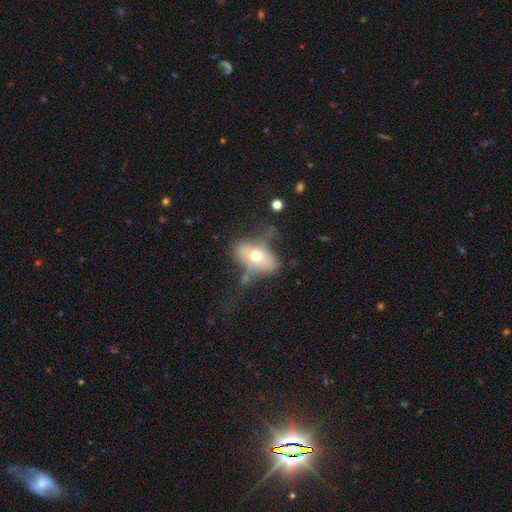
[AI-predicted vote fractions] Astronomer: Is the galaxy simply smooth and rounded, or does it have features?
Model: smooth — 54% (runner-up: featured or disk, 36%).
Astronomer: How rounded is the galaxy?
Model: in between — 79%.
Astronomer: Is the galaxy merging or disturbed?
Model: none — 34% (runner-up: major disturbance, 33%).